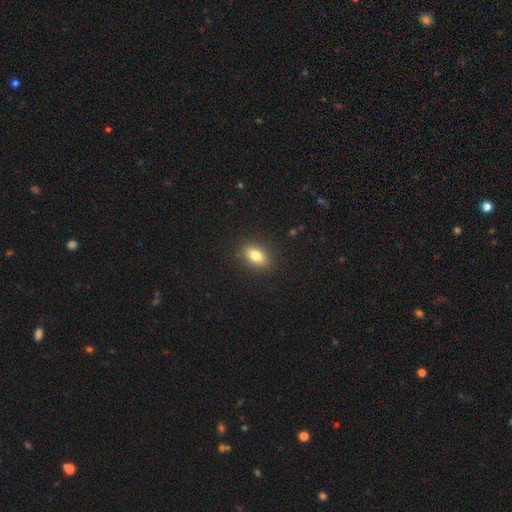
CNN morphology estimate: Q: Smooth or featured?
A: smooth (78%); runner-up: featured or disk (12%)
Q: How rounded?
A: in between (82%); runner-up: round (12%)
Q: Merging?
A: none (88%); runner-up: minor disturbance (8%)